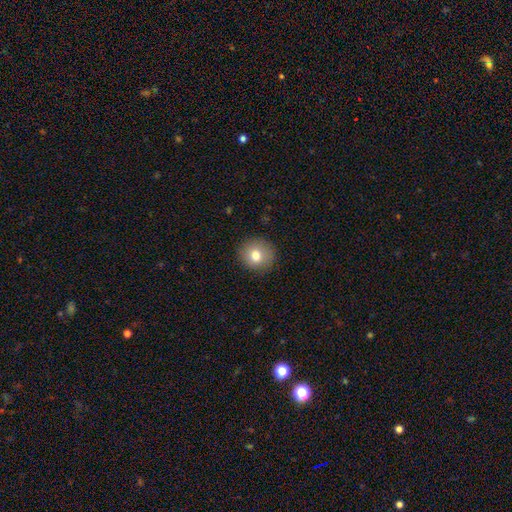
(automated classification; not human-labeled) Smooth or featured: smooth — 78% (featured or disk — 12%)
How rounded: round — 89% (in between — 10%)
Merging: none — 88% (minor disturbance — 8%)